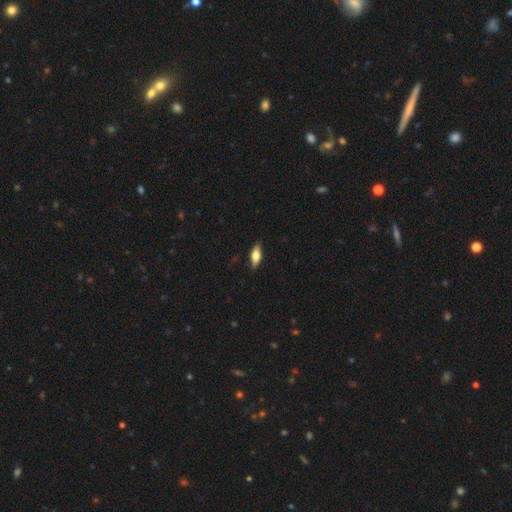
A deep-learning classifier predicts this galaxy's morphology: type=smooth (60%); roundness=in between (74%); merging=none (84%).